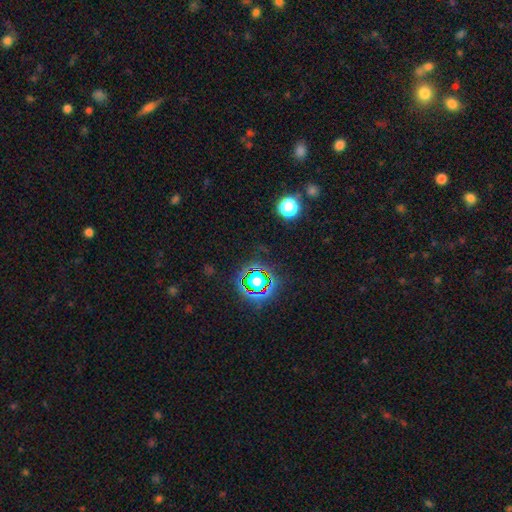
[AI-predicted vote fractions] Smooth or featured?
  - star or artifact: 77% *
  - smooth: 16%
  - featured or disk: 8%